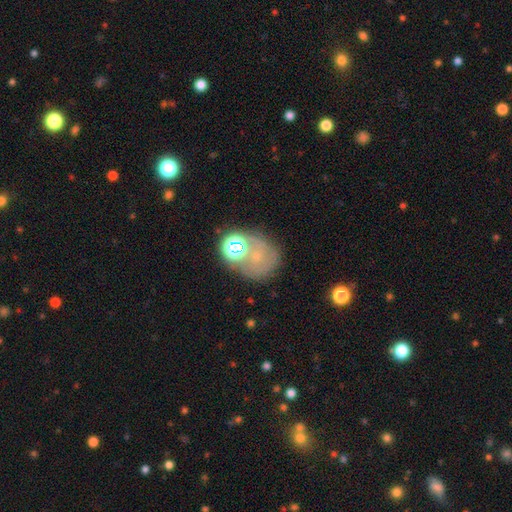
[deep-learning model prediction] Smooth or featured: smooth — 39% (featured or disk — 36%)
Merging: none — 52% (minor disturbance — 18%)